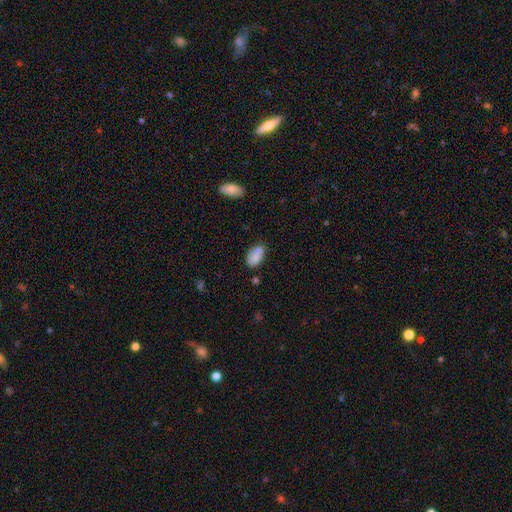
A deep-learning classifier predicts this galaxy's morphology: Smooth or featured? smooth (76%)
How rounded? in between (89%)
Merging? none (47%)